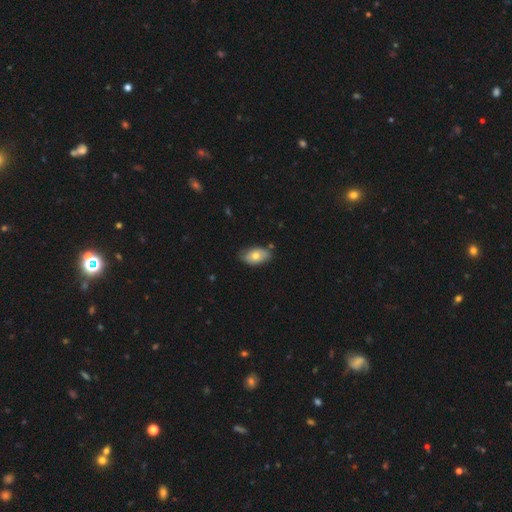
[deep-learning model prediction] A smooth galaxy with no disk features (70%) that is in between round and cigar-shaped (91%).

Vote fractions:
- Smooth or featured? smooth: 70% / featured or disk: 23% / star or artifact: 7%
- How rounded? in between: 91% / round: 7% / cigar-shaped: 2%
- Merging? none: 73% / minor disturbance: 21% / major disturbance: 3% / merger: 3%